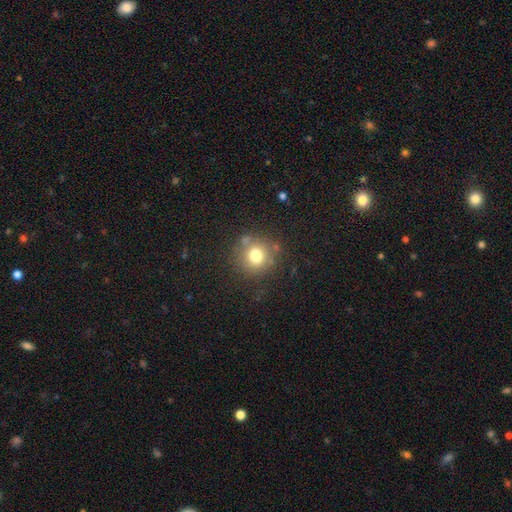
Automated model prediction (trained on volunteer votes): This appears to be a smooth galaxy with no disk features (75%) that is round (90%). Merging: none (77%).